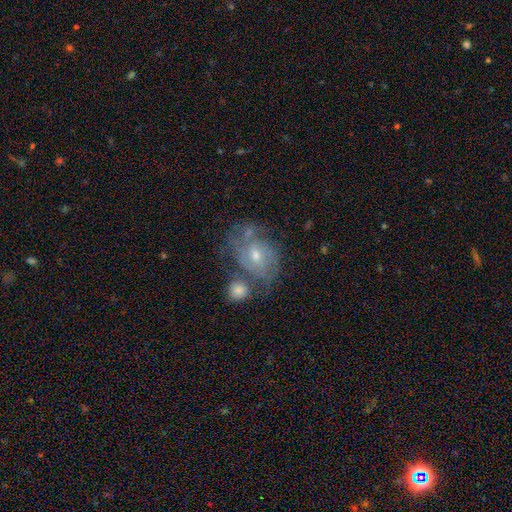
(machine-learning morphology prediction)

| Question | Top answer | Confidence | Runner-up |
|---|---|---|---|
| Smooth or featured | featured or disk | 76% | smooth (14%) |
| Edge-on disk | no | 97% | yes (3%) |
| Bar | no | 66% | weak (29%) |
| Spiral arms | yes | 90% | no (10%) |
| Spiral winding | tight | 52% | medium (38%) |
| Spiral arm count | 2 | 35% | can't tell (33%) |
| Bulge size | moderate | 51% | small (44%) |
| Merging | none | 55% | merger (19%) |